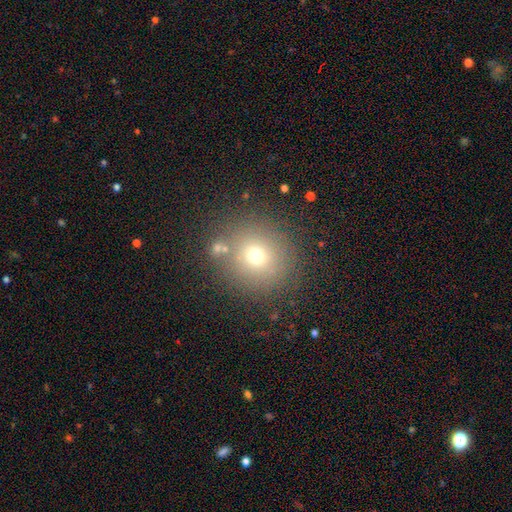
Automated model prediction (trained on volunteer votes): A smooth galaxy with no disk features (67%) that is round (92%).

Vote fractions:
- Smooth or featured? smooth: 67% / star or artifact: 20% / featured or disk: 13%
- How rounded? round: 92% / in between: 7% / cigar-shaped: 1%
- Merging? none: 81% / minor disturbance: 9% / merger: 6% / major disturbance: 4%